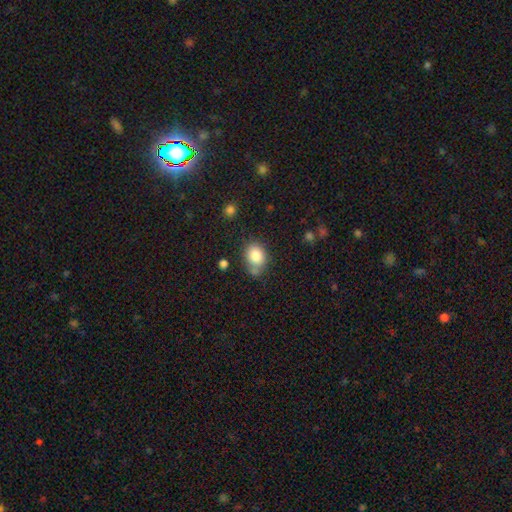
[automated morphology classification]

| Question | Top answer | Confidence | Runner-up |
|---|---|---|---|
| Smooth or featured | smooth | 84% | star or artifact (9%) |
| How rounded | in between | 58% | round (41%) |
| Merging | none | 61% | minor disturbance (21%) |